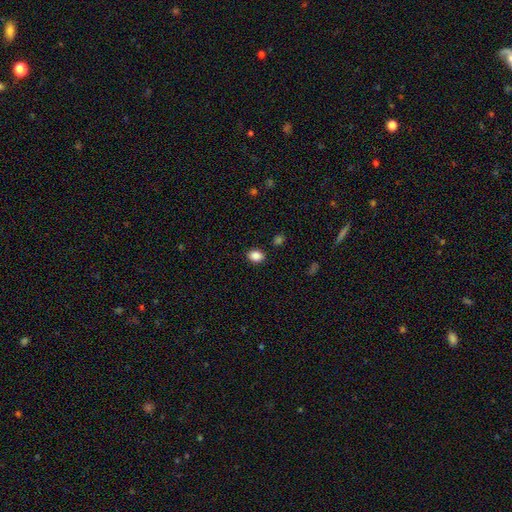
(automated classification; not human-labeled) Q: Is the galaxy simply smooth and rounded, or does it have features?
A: smooth — 87%.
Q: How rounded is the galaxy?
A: in between — 67%.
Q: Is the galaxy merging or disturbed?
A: none — 86%.